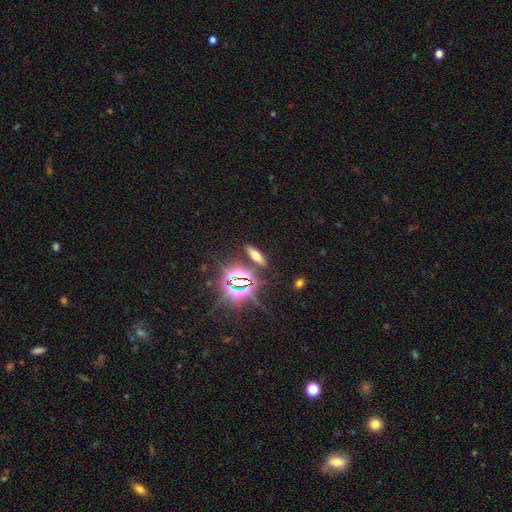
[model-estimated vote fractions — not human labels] Smooth or featured?
  - smooth: 40% *
  - star or artifact: 36%
  - featured or disk: 24%
Merging?
  - none: 85% *
  - minor disturbance: 8%
  - merger: 4%
  - major disturbance: 3%